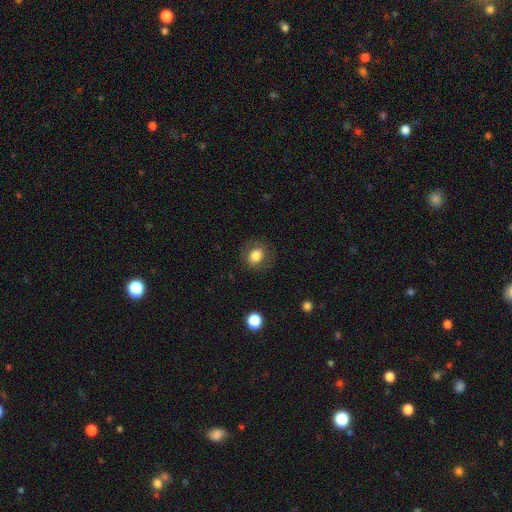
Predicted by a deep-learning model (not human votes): Morphology: type=smooth (78%); roundness=round (74%); merging=none (80%).